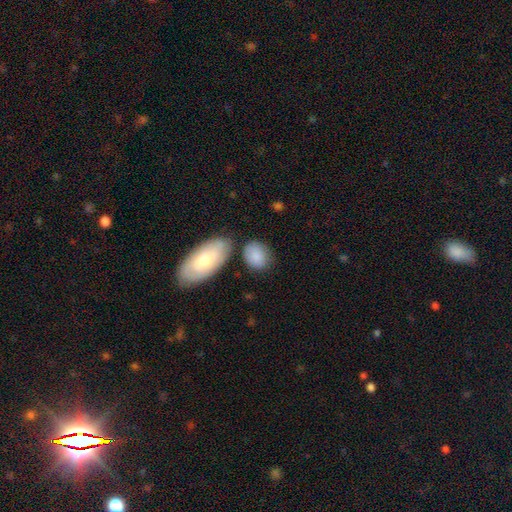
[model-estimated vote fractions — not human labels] Q: Smooth or featured?
A: smooth (85%); runner-up: featured or disk (9%)
Q: How rounded?
A: in between (68%); runner-up: round (29%)
Q: Merging?
A: none (65%); runner-up: minor disturbance (18%)